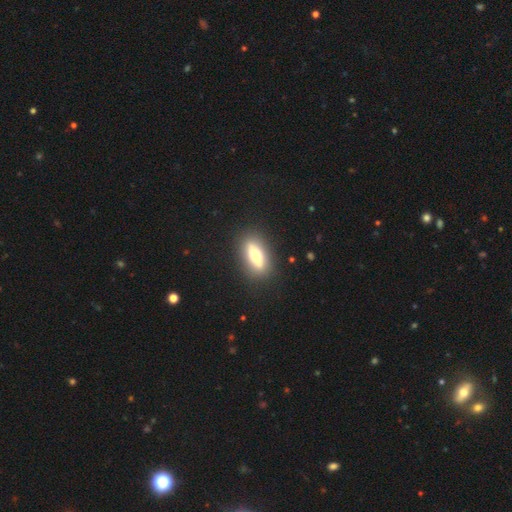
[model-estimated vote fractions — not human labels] Overall: featured or disk (49%; smooth 43%). Merging: none (88%).